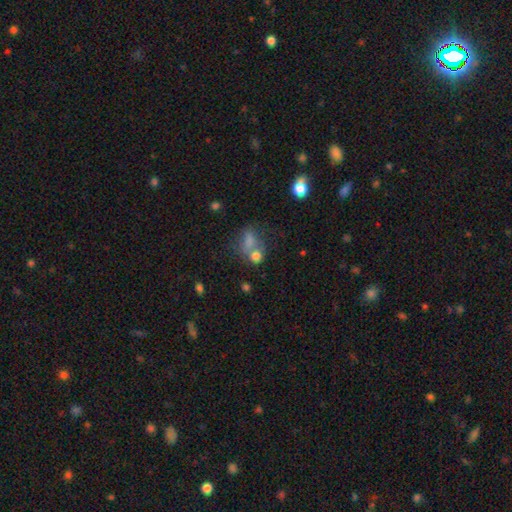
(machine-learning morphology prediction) Smooth or featured: smooth — 71% (star or artifact — 15%)
How rounded: round — 56% (in between — 42%)
Merging: merger — 43% (none — 35%)